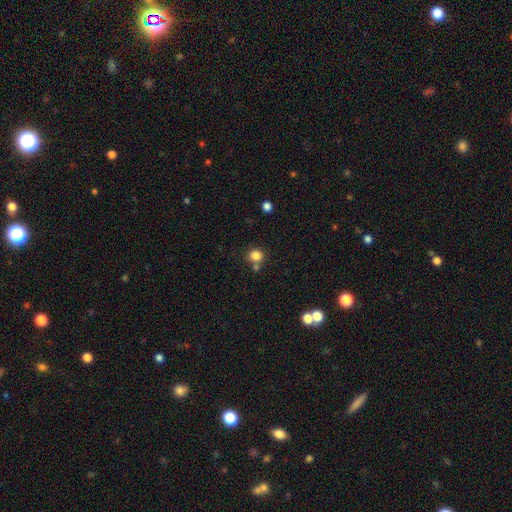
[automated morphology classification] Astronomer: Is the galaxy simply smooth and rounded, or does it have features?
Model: smooth — 83%.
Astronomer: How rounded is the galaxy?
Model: round — 84%.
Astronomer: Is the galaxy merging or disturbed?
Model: none — 67%.